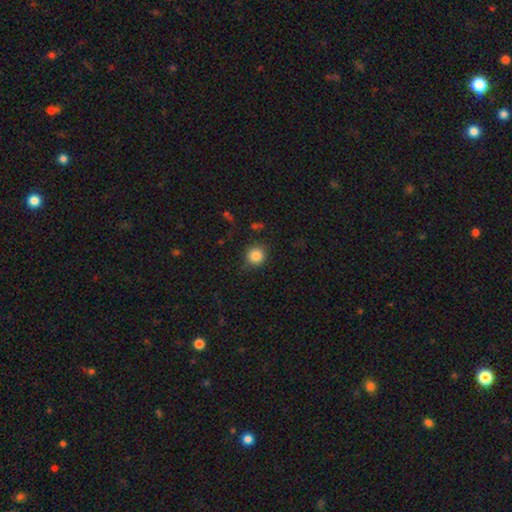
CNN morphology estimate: smooth 85%, star or artifact 10%, featured or disk 5%. Down the decision tree: how rounded — round (93%); merging — none (84%).